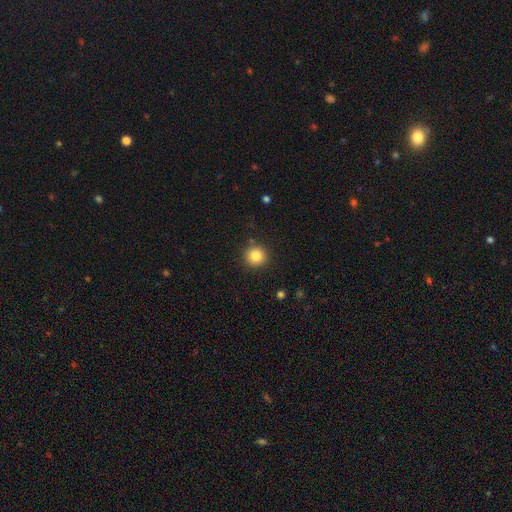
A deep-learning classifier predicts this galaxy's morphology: This is clearly a smooth galaxy (83%). How rounded: clearly round (94%). Merging: clearly none (90%).